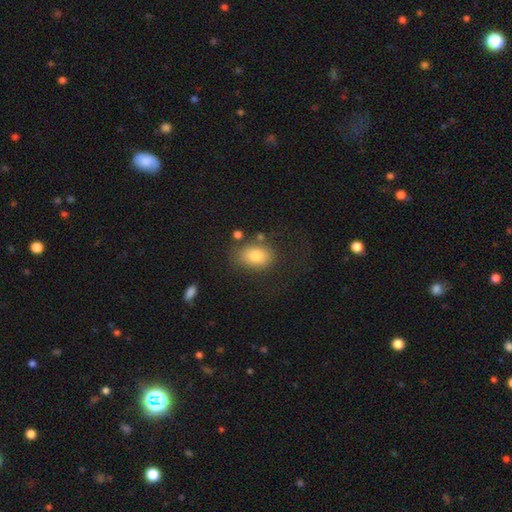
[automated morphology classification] type=smooth (80%); roundness=in between (76%); merging=none (68%).